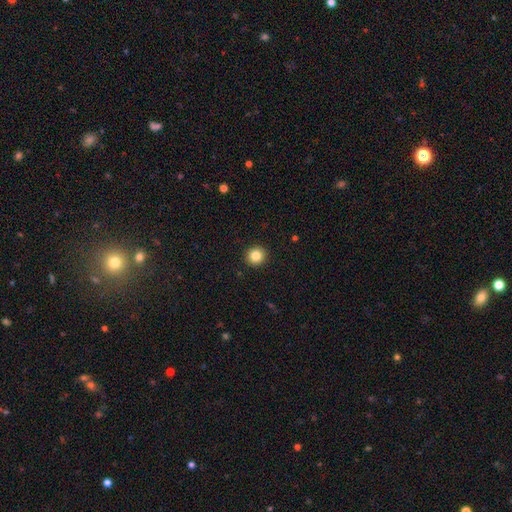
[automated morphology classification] Smooth or featured? smooth (84%)
How rounded? round (94%)
Merging? none (93%)